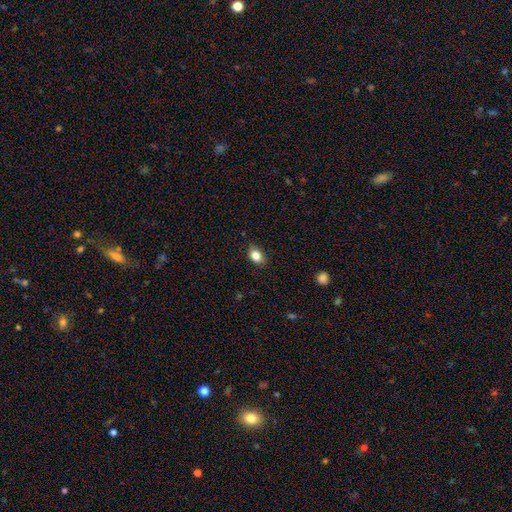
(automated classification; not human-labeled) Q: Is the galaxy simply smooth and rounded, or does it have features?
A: smooth — 83%.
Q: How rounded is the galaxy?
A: in between — 75%.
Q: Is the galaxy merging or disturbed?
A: none — 82%.